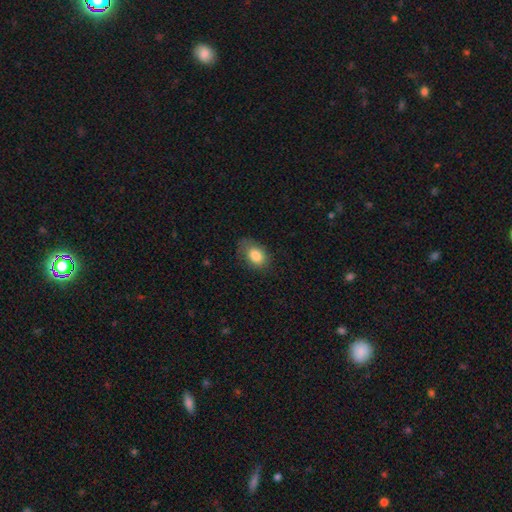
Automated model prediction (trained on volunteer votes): smooth 83%, featured or disk 9%, star or artifact 8%. Down the decision tree: how rounded — in between (80%); merging — none (66%).